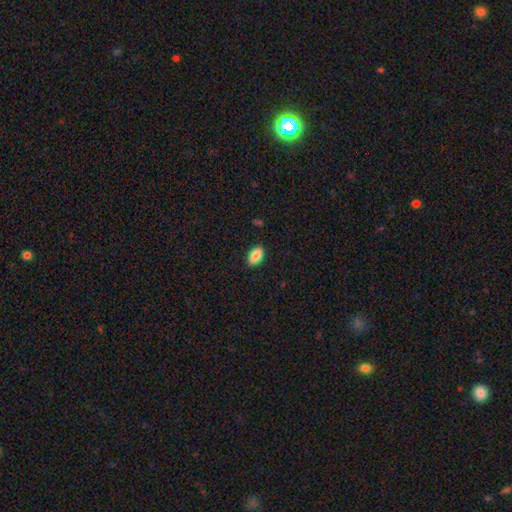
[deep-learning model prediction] Overall: smooth (86%). How rounded: in between (93%). Merging: none (88%).